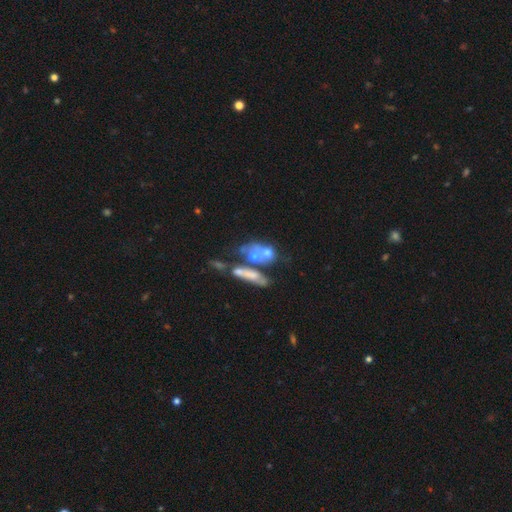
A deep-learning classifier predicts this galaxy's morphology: Smooth or featured?
  - smooth: 45% *
  - featured or disk: 42%
  - star or artifact: 13%
Merging?
  - merger: 57% *
  - none: 19%
  - major disturbance: 14%
  - minor disturbance: 10%